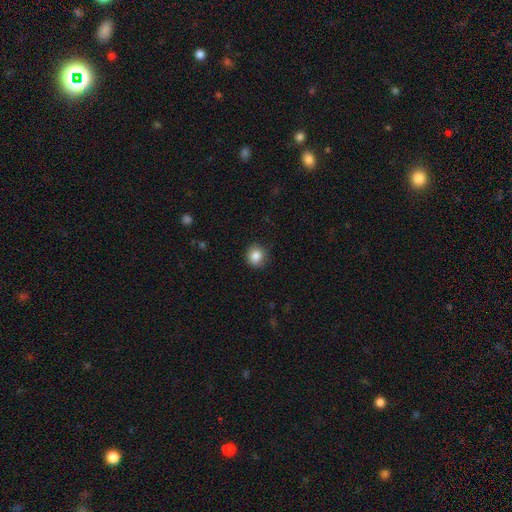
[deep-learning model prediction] Smooth or featured: smooth — 86% (star or artifact — 10%)
How rounded: round — 89% (in between — 10%)
Merging: none — 86% (minor disturbance — 10%)